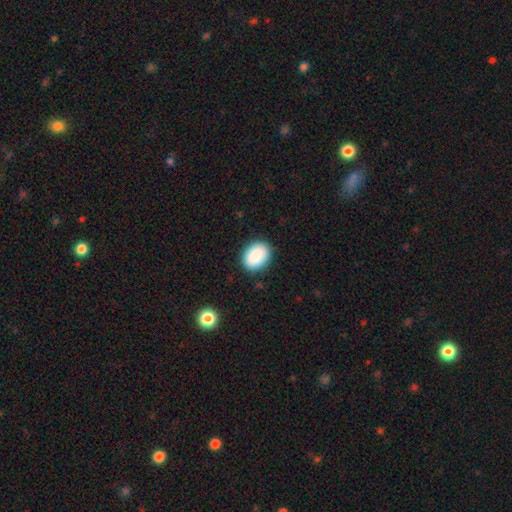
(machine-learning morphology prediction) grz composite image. It shows a smooth galaxy with no disk features (89%) that is in between round and cigar-shaped (72%). Merging: none (88%).